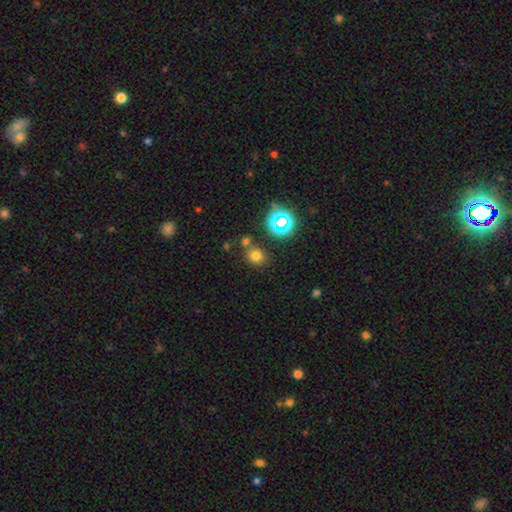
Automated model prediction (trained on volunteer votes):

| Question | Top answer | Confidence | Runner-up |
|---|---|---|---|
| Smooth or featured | smooth | 71% | star or artifact (23%) |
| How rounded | round | 84% | in between (15%) |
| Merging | none | 74% | merger (13%) |